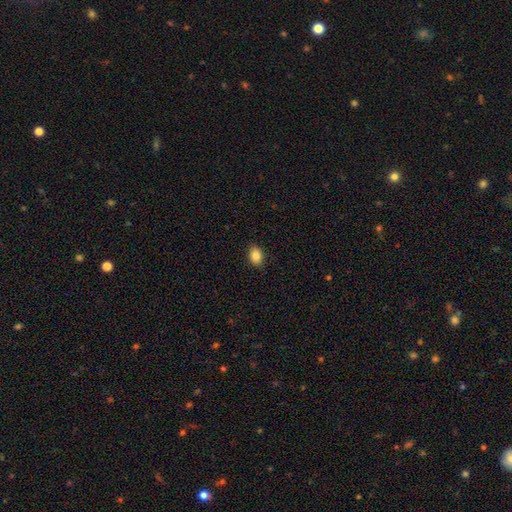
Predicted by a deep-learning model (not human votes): Overall: smooth (85%). How rounded: in between (76%). Merging: none (88%).